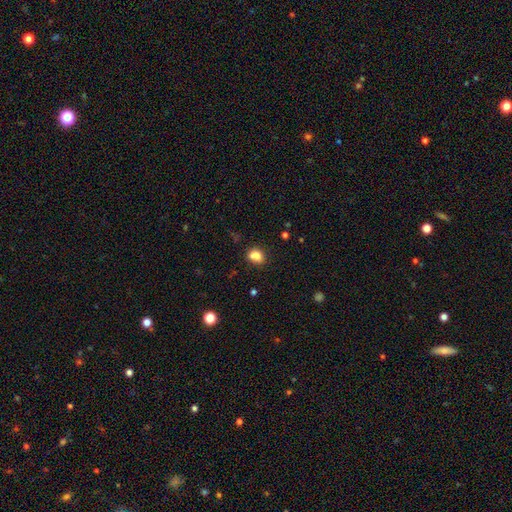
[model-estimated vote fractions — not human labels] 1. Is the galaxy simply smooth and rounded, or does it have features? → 81% smooth, 11% star or artifact, 7% featured or disk.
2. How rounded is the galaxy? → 55% in between, 44% round, 1% cigar-shaped.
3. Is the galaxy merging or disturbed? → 59% none, 19% merger, 17% minor disturbance, 5% major disturbance.